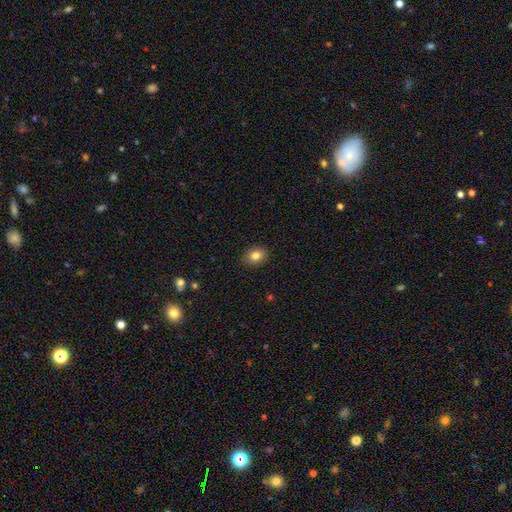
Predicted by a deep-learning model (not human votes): smooth-or-featured: smooth: 82% | star or artifact: 10% | featured or disk: 8%
  how-rounded: in between: 57% | round: 42% | cigar-shaped: 1%
  merging: none: 89% | minor disturbance: 8% | major disturbance: 2% | merger: 1%